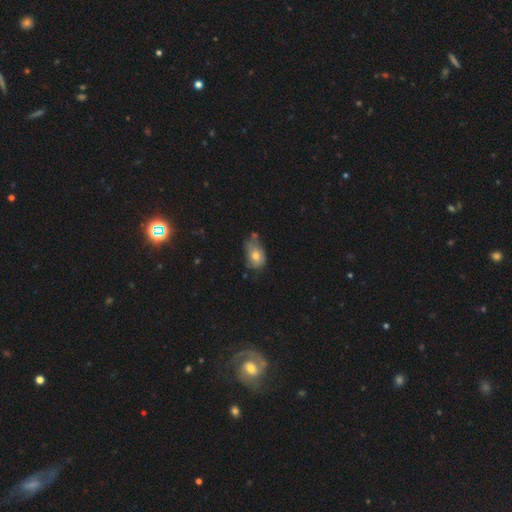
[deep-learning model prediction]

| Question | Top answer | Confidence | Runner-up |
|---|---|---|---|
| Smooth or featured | smooth | 66% | featured or disk (25%) |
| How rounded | in between | 79% | round (19%) |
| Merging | minor disturbance | 40% | none (36%) |